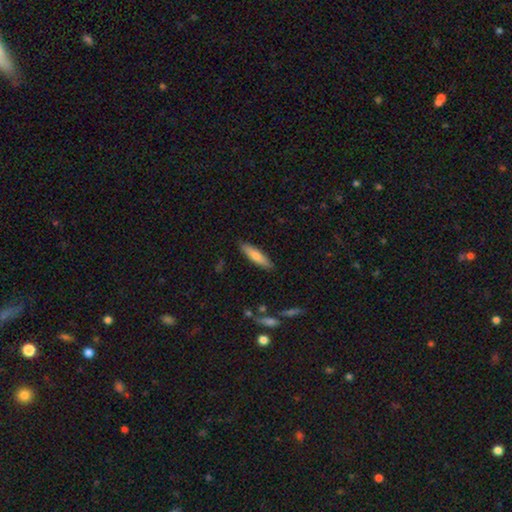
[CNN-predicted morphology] A smooth galaxy with no disk features (72%) that is cigar-shaped (72%).

Vote fractions:
- Smooth or featured? smooth: 72% / featured or disk: 22% / star or artifact: 6%
- How rounded? cigar-shaped: 72% / in between: 27% / round: 2%
- Merging? none: 87% / minor disturbance: 9% / major disturbance: 2% / merger: 1%